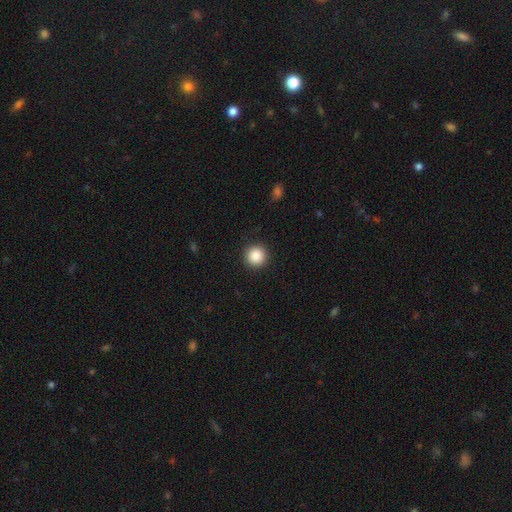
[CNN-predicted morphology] Smooth or featured: smooth — 88% (star or artifact — 9%)
How rounded: round — 95% (in between — 4%)
Merging: none — 92% (minor disturbance — 5%)